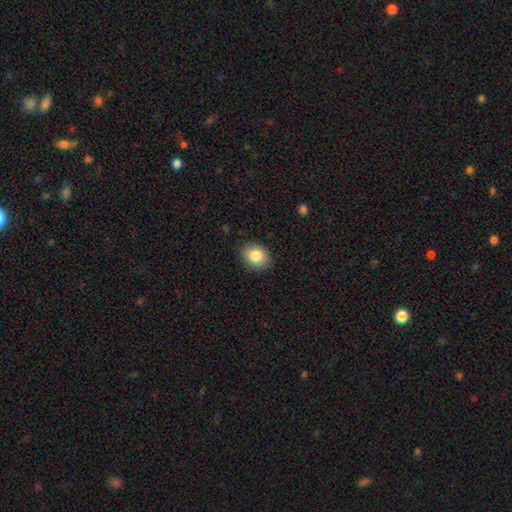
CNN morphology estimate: A smooth galaxy with no disk features (84%) that is round (50%, tied with in between).

Vote fractions:
- Smooth or featured? smooth: 84% / star or artifact: 8% / featured or disk: 8%
- How rounded? round: 50% (tied) / in between: 50% (tied) / cigar-shaped: 1%
- Merging? none: 88% / minor disturbance: 9% / major disturbance: 2% / merger: 1%